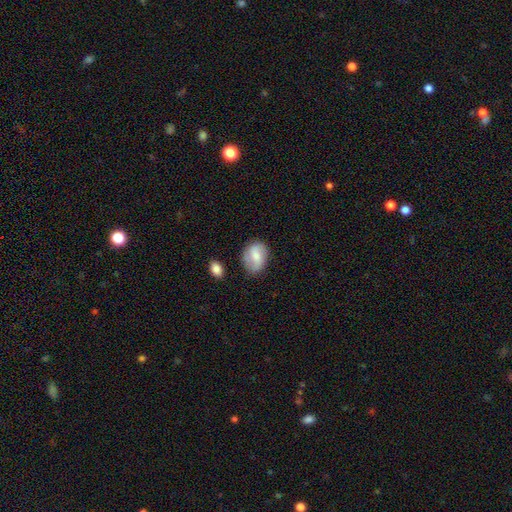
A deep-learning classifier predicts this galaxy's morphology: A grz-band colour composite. It shows a smooth galaxy with no disk features (57%) that is in between round and cigar-shaped (65%). Merging: none (74%).